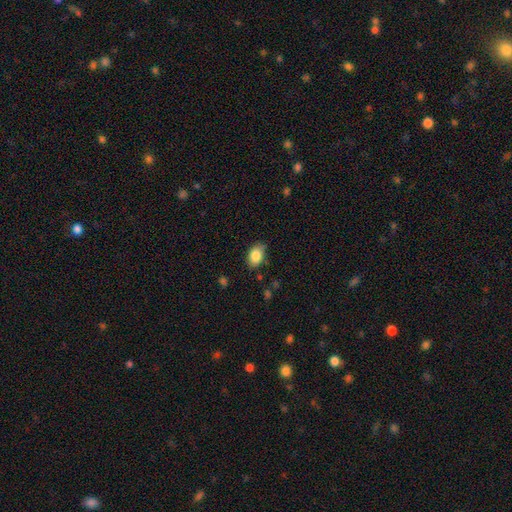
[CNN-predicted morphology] A smooth galaxy with no disk features (85%) that is in between round and cigar-shaped (82%). Merging: none (74%).